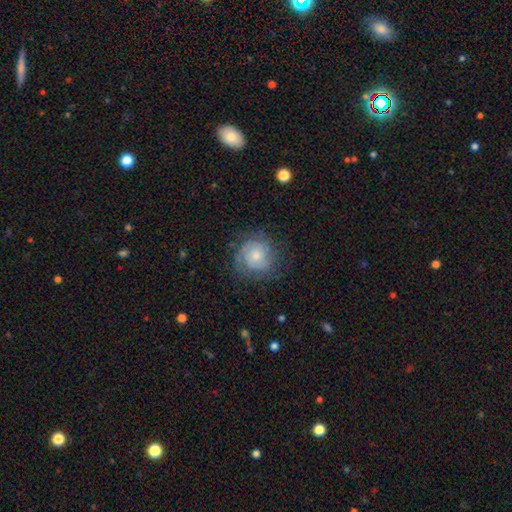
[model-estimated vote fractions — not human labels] This is possibly a featured or disk galaxy (53%). It is clearly not viewed edge-on (98%). Bar: likely no (80%). Spiral arm pattern: clearly yes (83%). Central bulge: possibly small (48%). Merging: likely none (70%).